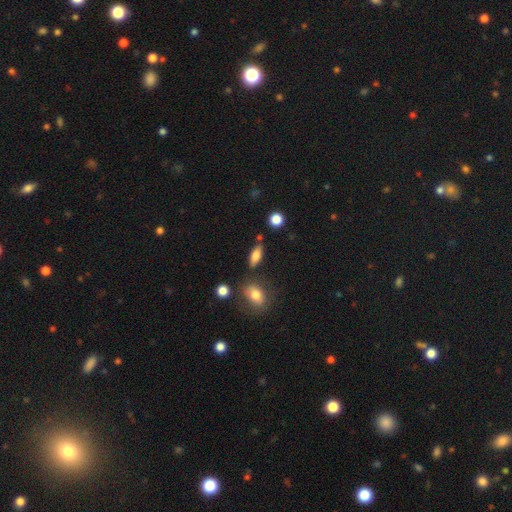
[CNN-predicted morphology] smooth-or-featured: smooth: 77% | featured or disk: 16% | star or artifact: 8%
  how-rounded: in between: 76% | cigar-shaped: 19% | round: 4%
  merging: none: 76% | minor disturbance: 14% | merger: 7% | major disturbance: 4%